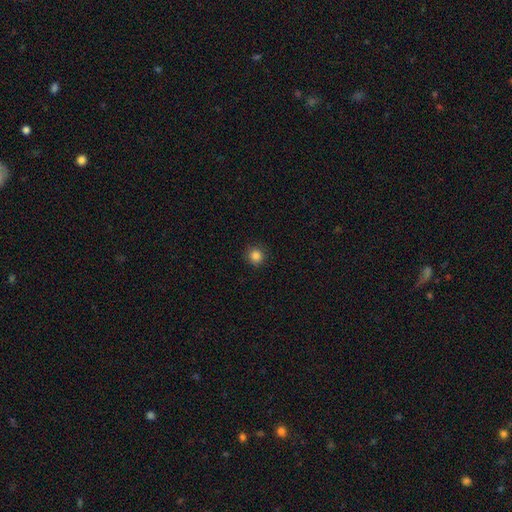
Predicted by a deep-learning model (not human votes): A smooth galaxy with no disk features (85%) that is round (94%). Merging: none (91%).